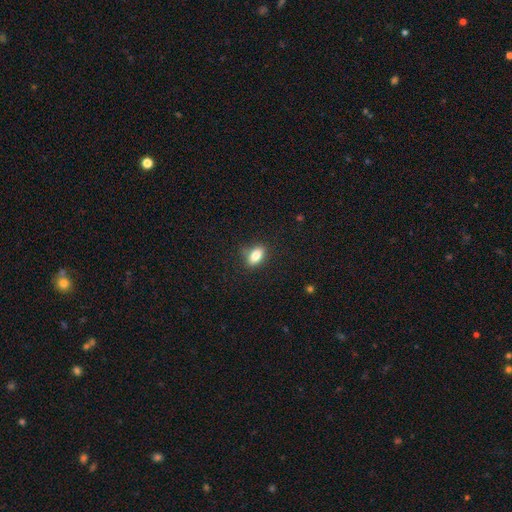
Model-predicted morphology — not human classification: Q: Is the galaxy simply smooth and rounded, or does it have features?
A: smooth — 82%.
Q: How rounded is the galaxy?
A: in between — 87%.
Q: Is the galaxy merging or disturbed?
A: none — 81%.